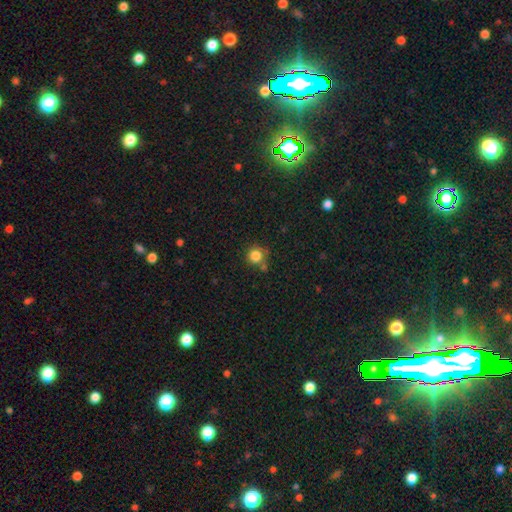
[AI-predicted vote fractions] Smooth or featured? smooth (83%)
How rounded? round (92%)
Merging? none (69%)